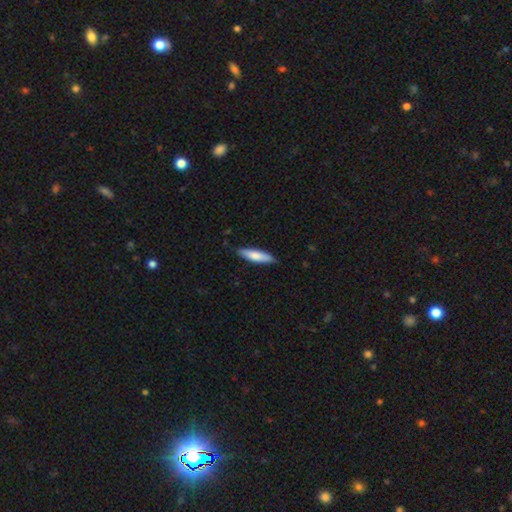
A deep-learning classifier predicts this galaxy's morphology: A smooth galaxy with no disk features (76%) that is cigar-shaped (70%).

Vote fractions:
- Smooth or featured? smooth: 76% / featured or disk: 19% / star or artifact: 5%
- How rounded? cigar-shaped: 70% / in between: 28% / round: 1%
- Merging? none: 86% / minor disturbance: 11% / major disturbance: 2% / merger: 1%